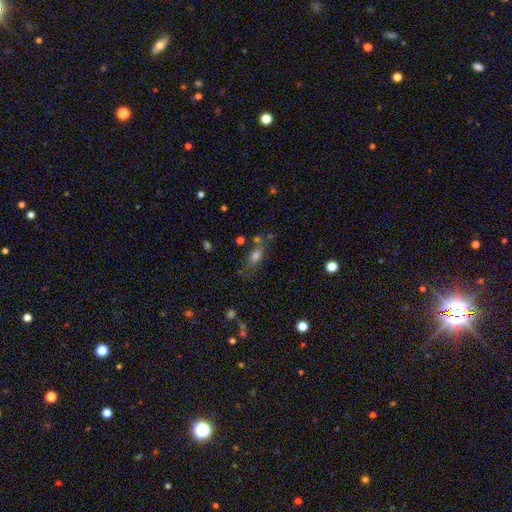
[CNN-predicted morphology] Smooth or featured: smooth — 64% (featured or disk — 19%)
How rounded: in between — 66% (cigar-shaped — 18%)
Merging: none — 60% (minor disturbance — 18%)